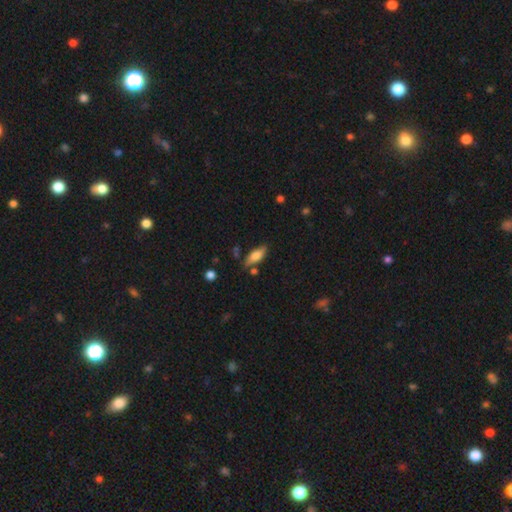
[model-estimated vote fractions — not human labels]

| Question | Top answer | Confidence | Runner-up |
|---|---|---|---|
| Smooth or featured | smooth | 76% | featured or disk (17%) |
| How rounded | in between | 73% | cigar-shaped (24%) |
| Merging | none | 72% | minor disturbance (18%) |